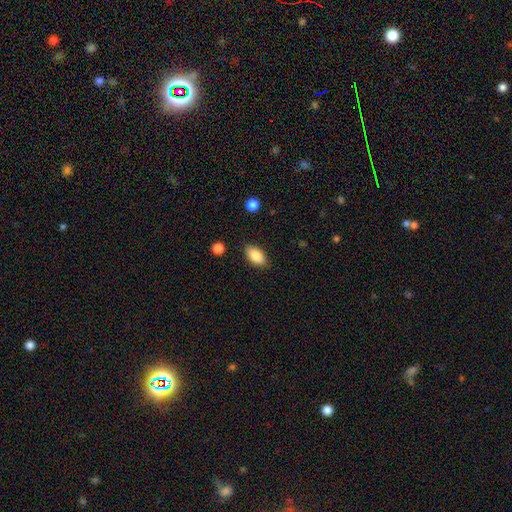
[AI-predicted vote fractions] A smooth galaxy with no disk features (87%) that is in between round and cigar-shaped (92%). Merging: none (85%).